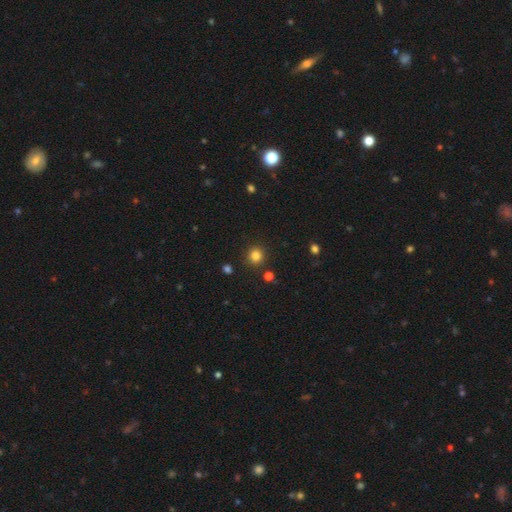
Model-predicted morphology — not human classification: Overall: smooth (82%). How rounded: round (93%). Merging: none (89%).